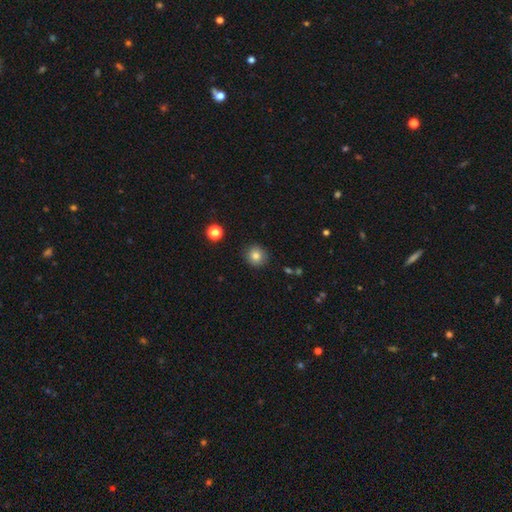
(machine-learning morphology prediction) This appears to be a smooth galaxy with no disk features (82%) that is round (91%). Merging: none (89%).